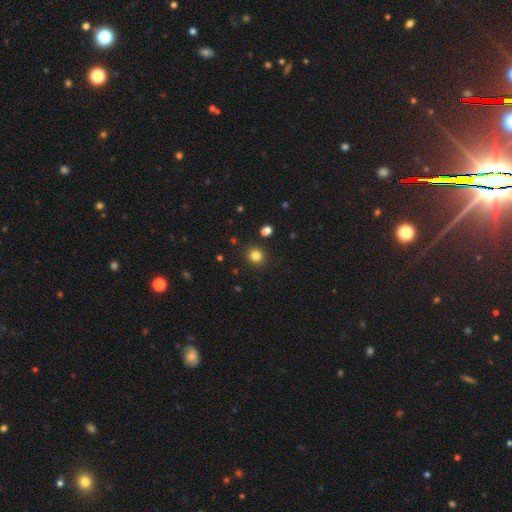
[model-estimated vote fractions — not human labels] Overall: smooth (82%). How rounded: round (89%). Merging: none (90%).